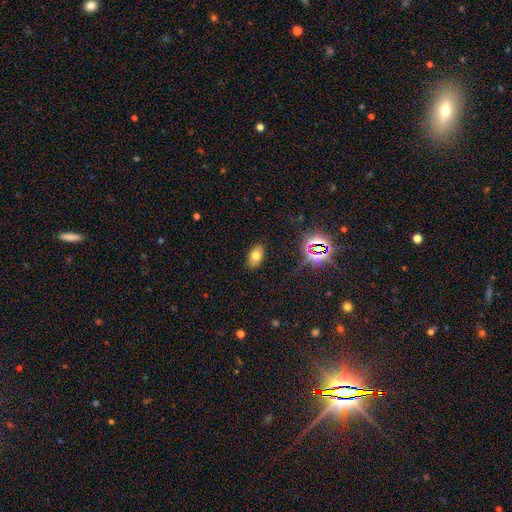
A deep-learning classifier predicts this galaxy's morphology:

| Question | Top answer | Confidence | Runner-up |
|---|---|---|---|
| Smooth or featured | smooth | 68% | star or artifact (18%) |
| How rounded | in between | 89% | round (9%) |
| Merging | none | 86% | minor disturbance (10%) |